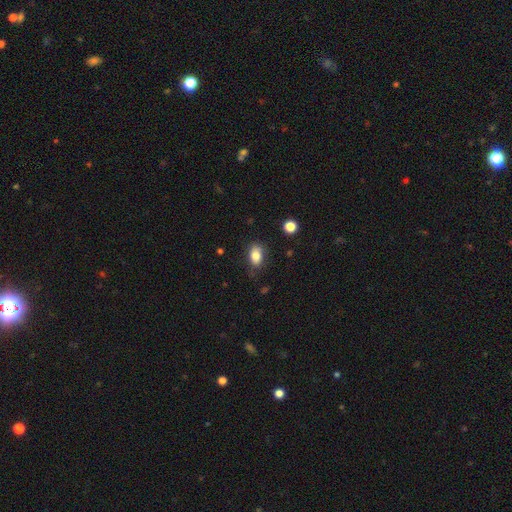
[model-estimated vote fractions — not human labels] Smooth or featured?
  - smooth: 82% *
  - featured or disk: 10%
  - star or artifact: 9%
How rounded?
  - in between: 85% *
  - round: 13%
  - cigar-shaped: 2%
Merging?
  - none: 71% *
  - minor disturbance: 21%
  - major disturbance: 5%
  - merger: 2%